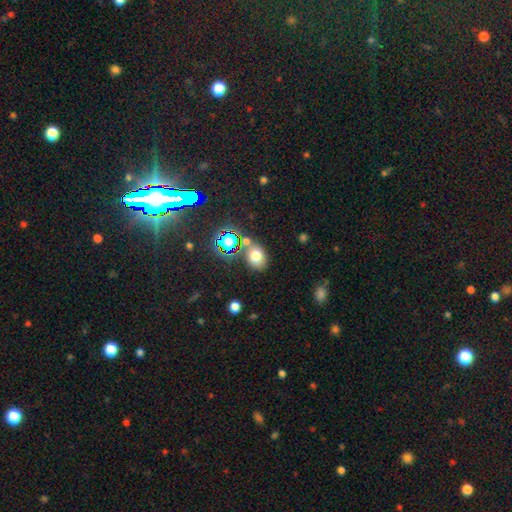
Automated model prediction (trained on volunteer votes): smooth 70%, star or artifact 19%, featured or disk 11%. Down the decision tree: how rounded — in between (60%); merging — none (68%).